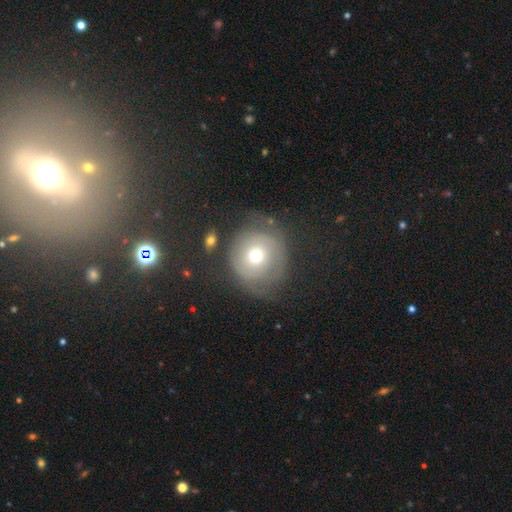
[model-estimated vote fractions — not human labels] This appears to be a smooth galaxy with no disk features (49%). Merging: none (56%).